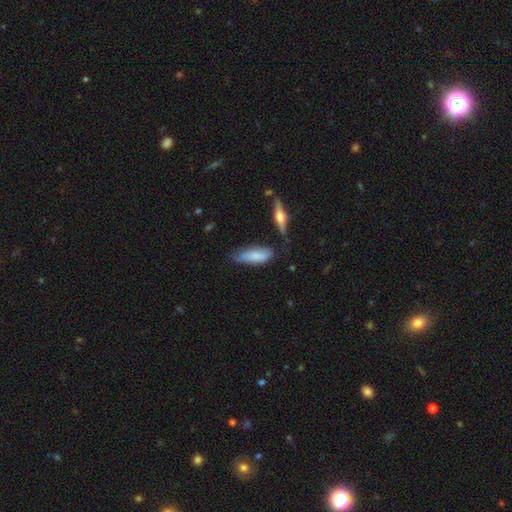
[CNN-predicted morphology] type=smooth (74%); roundness=in between (64%); merging=none (57%).